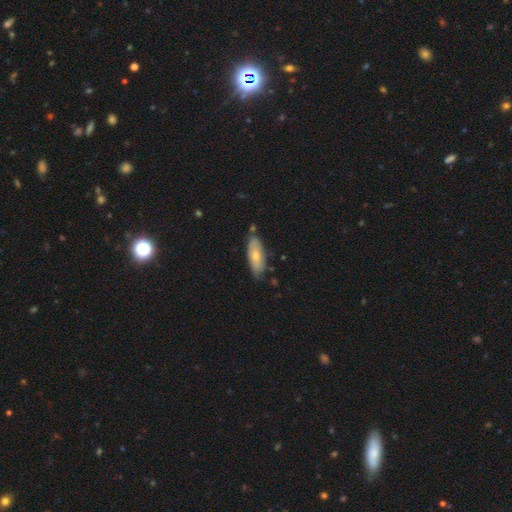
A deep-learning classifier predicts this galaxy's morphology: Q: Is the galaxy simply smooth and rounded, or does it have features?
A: smooth — 58%.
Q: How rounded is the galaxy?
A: in between — 75%.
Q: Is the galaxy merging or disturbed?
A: none — 68%.